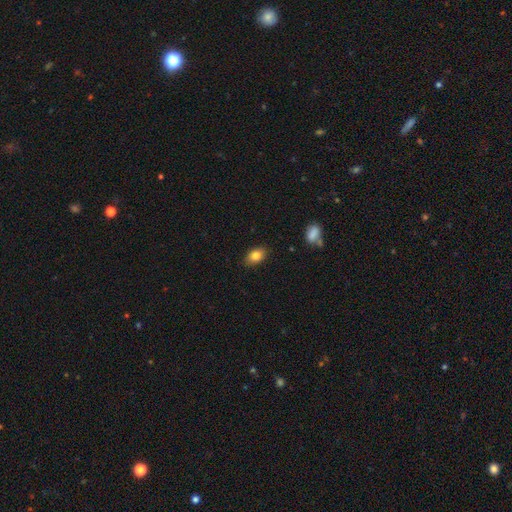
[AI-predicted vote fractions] Morphology: type=smooth (82%); roundness=in between (84%); merging=none (85%).